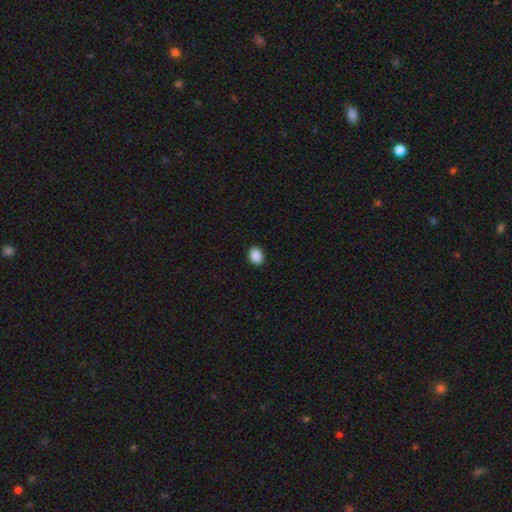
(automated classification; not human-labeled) Overall: smooth (90%). How rounded: in between (66%; round 33%). Merging: none (91%).